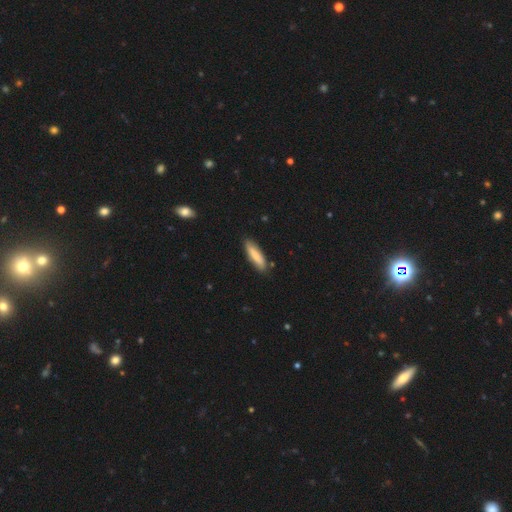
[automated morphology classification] A smooth galaxy with no disk features (73%) that is cigar-shaped (65%).

Vote fractions:
- Smooth or featured? smooth: 73% / featured or disk: 21% / star or artifact: 6%
- How rounded? cigar-shaped: 65% / in between: 33% / round: 1%
- Merging? none: 84% / minor disturbance: 12% / major disturbance: 2% / merger: 2%